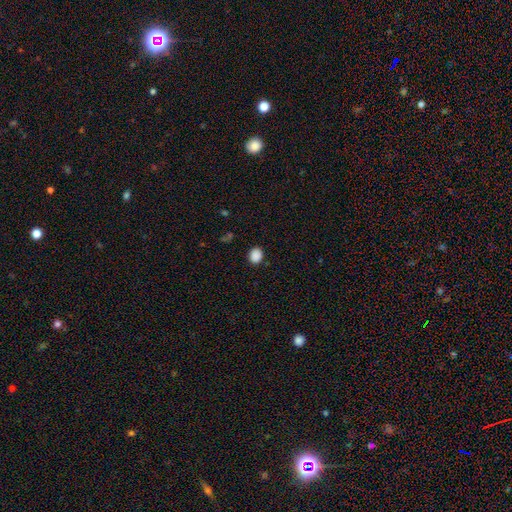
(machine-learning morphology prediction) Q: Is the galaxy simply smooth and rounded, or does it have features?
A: smooth — 88%.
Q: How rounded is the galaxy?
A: round — 61%.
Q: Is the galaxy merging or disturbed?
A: none — 88%.